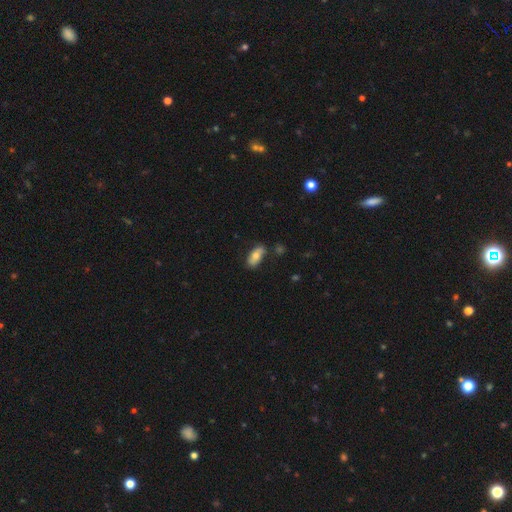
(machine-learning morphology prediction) Smooth or featured?
  - smooth: 74% *
  - featured or disk: 19%
  - star or artifact: 7%
How rounded?
  - in between: 88% *
  - cigar-shaped: 9%
  - round: 3%
Merging?
  - none: 76% *
  - minor disturbance: 16%
  - merger: 4%
  - major disturbance: 3%